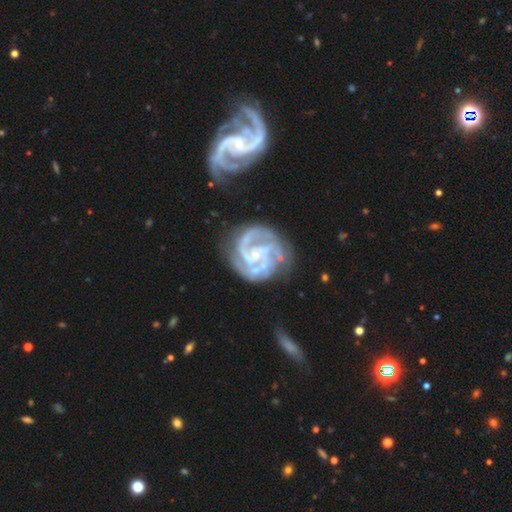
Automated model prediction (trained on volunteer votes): smooth_or_featured: featured or disk (p=0.90) [alt: star or artifact p=0.05]
disk_edge_on: no (p=0.98) [alt: yes p=0.02]
bar: no (p=0.50) [alt: weak p=0.36]
has_spiral_arms: yes (p=0.97) [alt: no p=0.03]
spiral_winding: tight (p=0.47) [alt: medium p=0.44]
spiral_arm_count: 3 (p=0.39) [alt: 2 p=0.25]
bulge_size: small (p=0.63) [alt: none p=0.21]
merging: none (p=0.57) [alt: minor disturbance p=0.20]